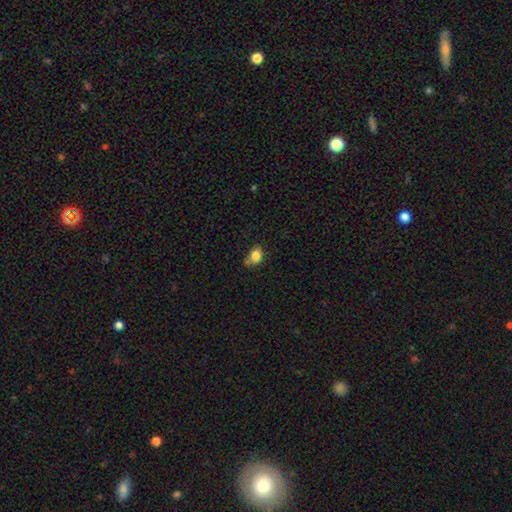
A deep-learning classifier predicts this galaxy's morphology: This appears to be a smooth galaxy with no disk features (84%) that is in between round and cigar-shaped (52%). Merging: none (61%).